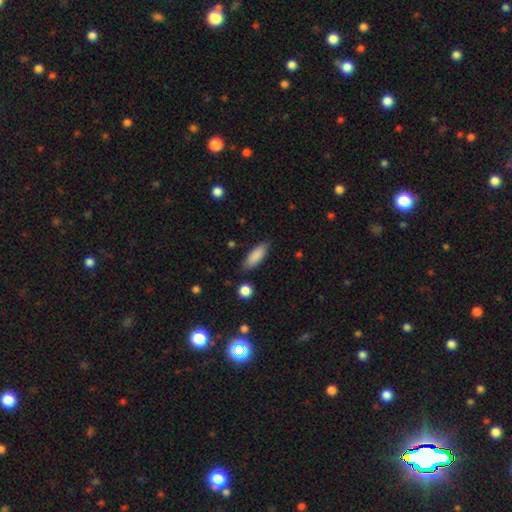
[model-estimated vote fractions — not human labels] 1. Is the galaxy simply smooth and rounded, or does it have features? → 87% smooth, 6% featured or disk, 6% star or artifact.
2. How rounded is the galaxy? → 71% in between, 27% cigar-shaped, 2% round.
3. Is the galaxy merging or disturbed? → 84% none, 12% minor disturbance, 3% major disturbance, 2% merger.